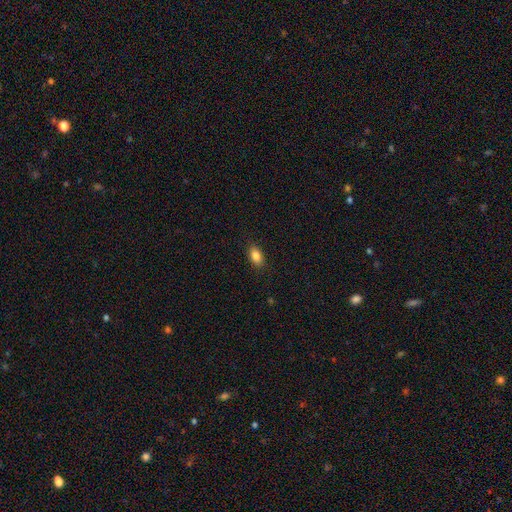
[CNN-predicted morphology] type=smooth (85%); roundness=in between (88%); merging=none (87%).